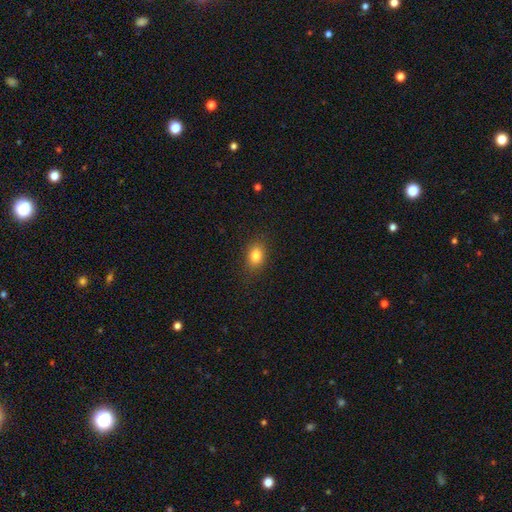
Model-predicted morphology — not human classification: A smooth galaxy with no disk features (83%) that is in between round and cigar-shaped (73%).

Vote fractions:
- Smooth or featured? smooth: 83% / star or artifact: 10% / featured or disk: 7%
- How rounded? in between: 73% / round: 25% / cigar-shaped: 2%
- Merging? none: 85% / minor disturbance: 11% / major disturbance: 3% / merger: 1%